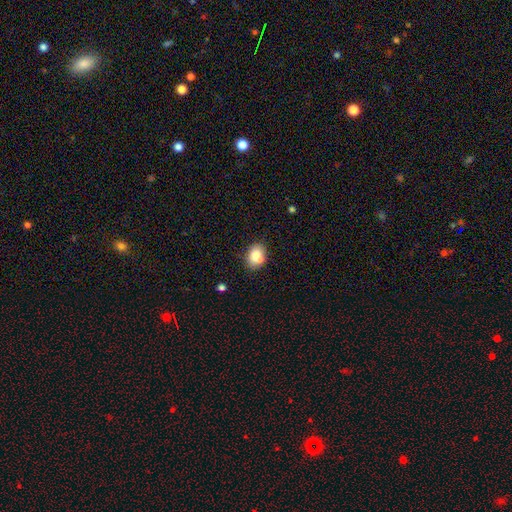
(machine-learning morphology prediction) Smooth or featured?
  - smooth: 81% *
  - featured or disk: 10%
  - star or artifact: 9%
How rounded?
  - in between: 64% *
  - round: 35%
  - cigar-shaped: 1%
Merging?
  - none: 64% *
  - minor disturbance: 18%
  - merger: 13%
  - major disturbance: 4%